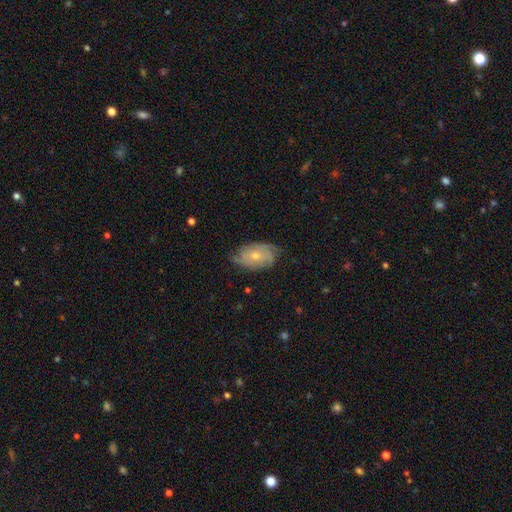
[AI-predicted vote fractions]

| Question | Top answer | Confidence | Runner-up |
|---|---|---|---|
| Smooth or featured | featured or disk | 63% | smooth (31%) |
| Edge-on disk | no | 94% | yes (6%) |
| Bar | no | 72% | weak (24%) |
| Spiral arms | yes | 83% | no (17%) |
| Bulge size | moderate | 50% | small (46%) |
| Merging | none | 64% | minor disturbance (27%) |